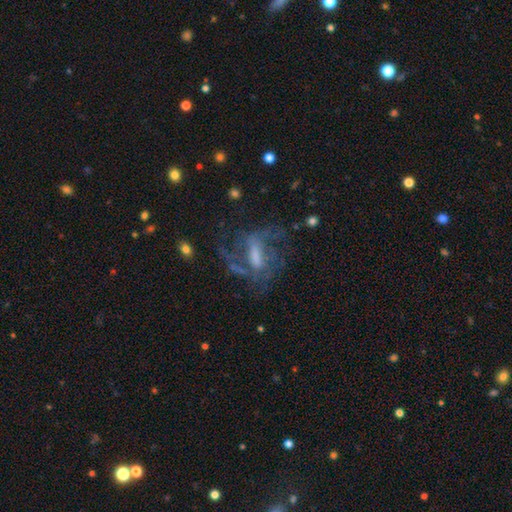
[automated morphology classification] Smooth or featured? Predicted: featured or disk (p=0.76). Edge-on disk? Predicted: no (p=0.93). Bar? Predicted: weak (p=0.42). Spiral arms? Predicted: yes (p=0.82). Spiral winding? Predicted: medium (p=0.47). Spiral arm count? Predicted: 2 (p=0.35). Bulge size? Predicted: moderate (p=0.37). Merging? Predicted: none (p=0.49).